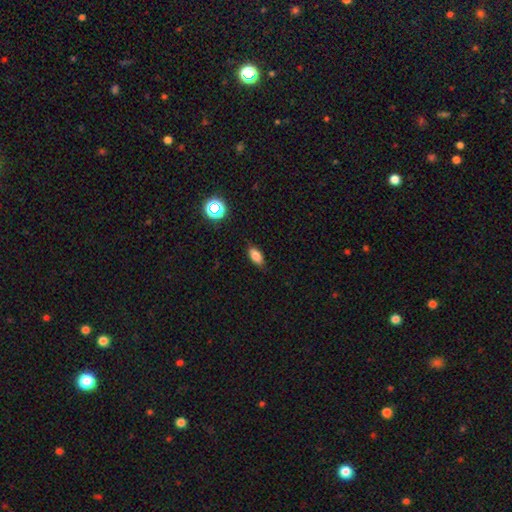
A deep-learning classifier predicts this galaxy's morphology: The model was most divided on "merging": none: 83%, minor disturbance: 13%, major disturbance: 3%, merger: 1%. More confident: how rounded — in between (88%); smooth or featured — smooth (82%).